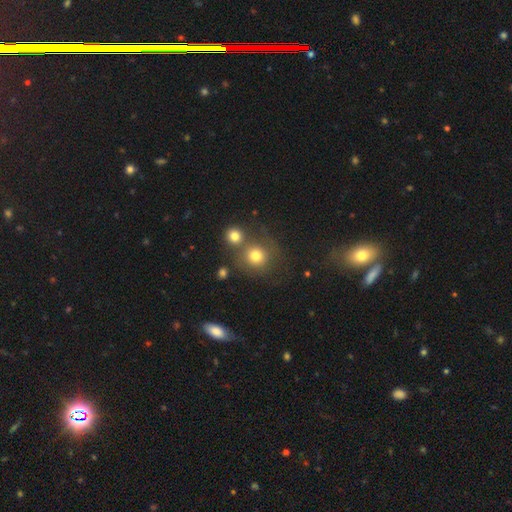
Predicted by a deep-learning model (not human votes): The model was most divided on "merging": none: 55%, merger: 29%, minor disturbance: 10%, major disturbance: 6%. More confident: how rounded — round (89%); smooth or featured — smooth (76%).